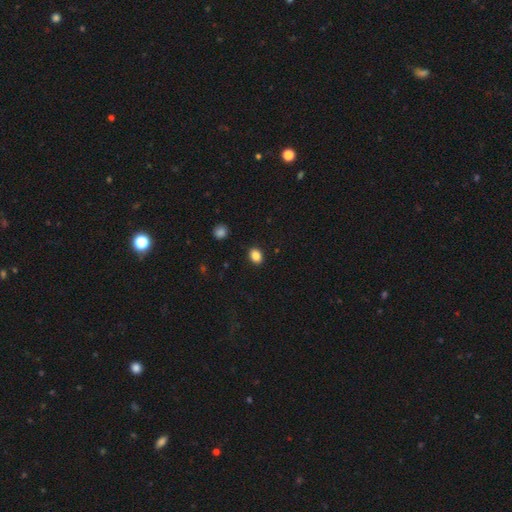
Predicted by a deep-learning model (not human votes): The model was most divided on "how rounded": in between: 64%, round: 35%, cigar-shaped: 1%. More confident: merging — none (89%); smooth or featured — smooth (86%).